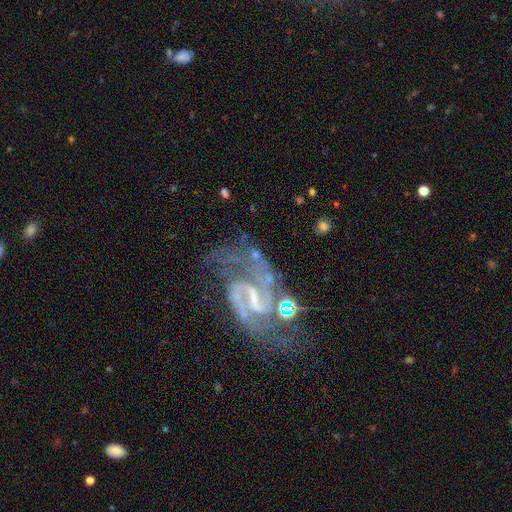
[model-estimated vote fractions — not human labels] Smooth or featured? Predicted: featured or disk (p=0.90). Edge-on disk? Predicted: no (p=0.98). Bar? Predicted: weak (p=0.44). Spiral arms? Predicted: yes (p=0.97). Spiral winding? Predicted: medium (p=0.57). Spiral arm count? Predicted: 2 (p=0.91). Bulge size? Predicted: small (p=0.48). Merging? Predicted: none (p=0.52).